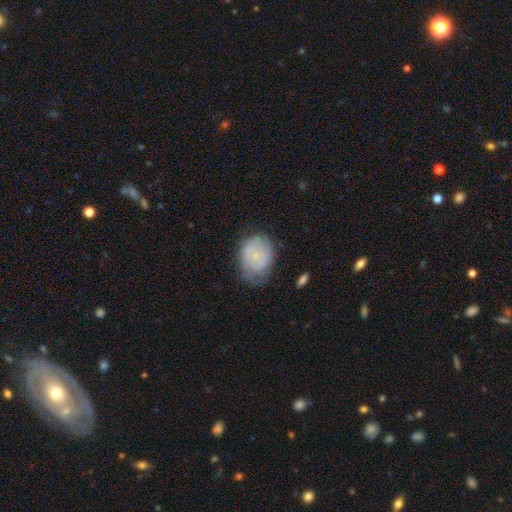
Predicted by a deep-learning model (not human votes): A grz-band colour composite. It shows a smooth galaxy with no disk features (54%) that is round (51%). Merging: none (54%).